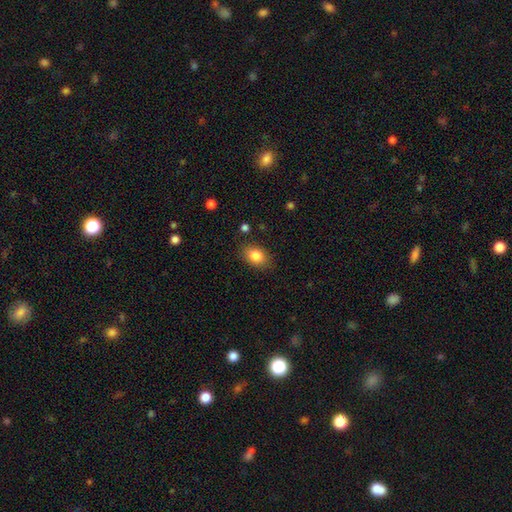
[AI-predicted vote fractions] Smooth or featured? smooth (84%)
How rounded? in between (77%)
Merging? none (84%)